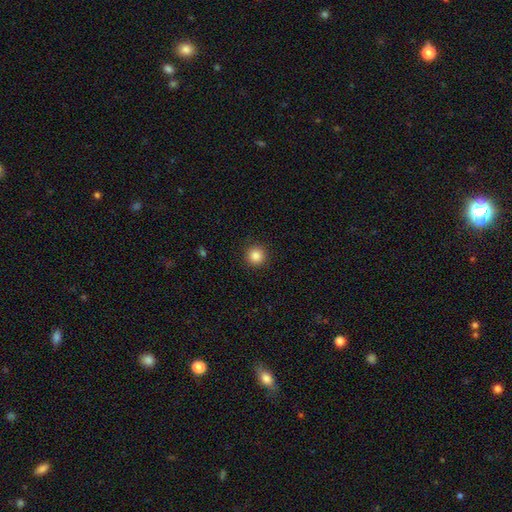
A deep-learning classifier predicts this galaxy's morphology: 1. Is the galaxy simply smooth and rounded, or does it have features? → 86% smooth, 10% star or artifact, 4% featured or disk.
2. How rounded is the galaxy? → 95% round, 4% in between, 1% cigar-shaped.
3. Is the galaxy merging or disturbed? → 92% none, 5% minor disturbance, 2% major disturbance, 1% merger.